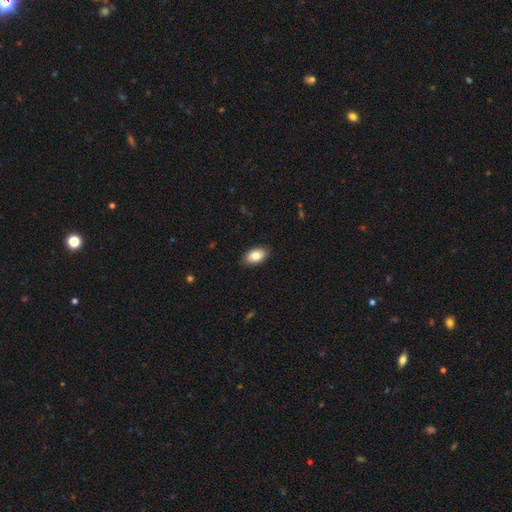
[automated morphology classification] Smooth or featured? smooth (83%)
How rounded? in between (92%)
Merging? none (87%)